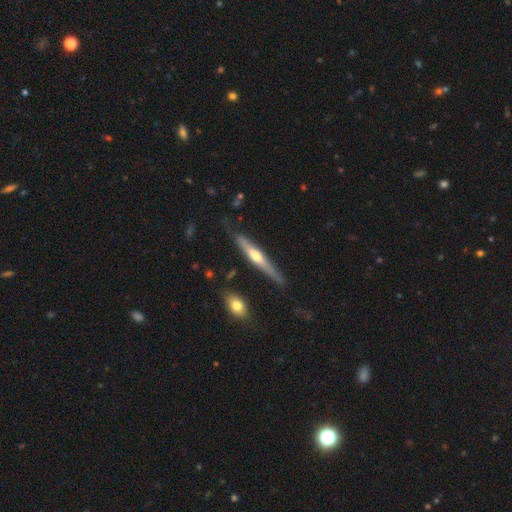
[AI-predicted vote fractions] This is likely a featured or disk galaxy (64%). It is clearly viewed edge-on (94%). Edge-on bulge: clearly rounded (82%). Merging: likely none (76%).